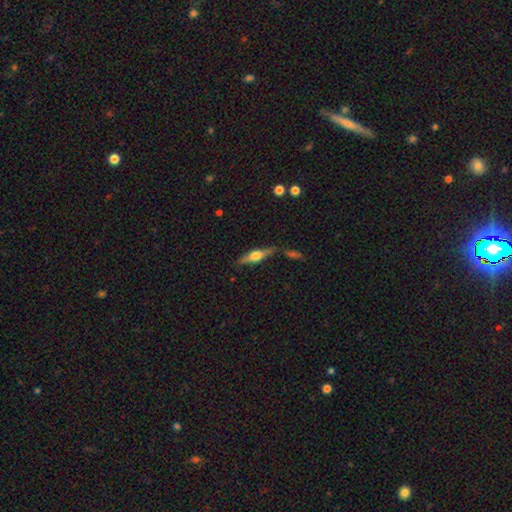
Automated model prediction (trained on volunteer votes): Overall: featured or disk (70%). Edge-on disk: yes (96%). Edge-on bulge: rounded (91%). Merging: none (78%).